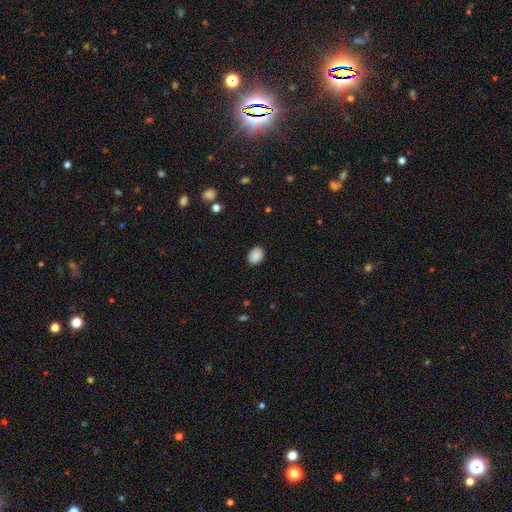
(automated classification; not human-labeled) smooth-or-featured: smooth: 89% | star or artifact: 8% | featured or disk: 3%
  how-rounded: in between: 66% | round: 34% | cigar-shaped: 1%
  merging: none: 88% | minor disturbance: 8% | major disturbance: 2% | merger: 1%